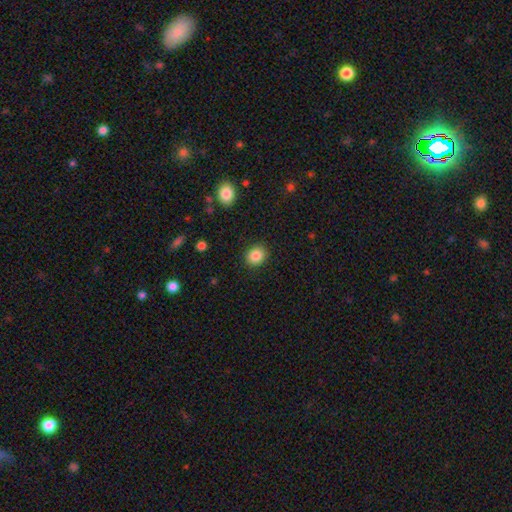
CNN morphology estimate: A smooth galaxy with no disk features (86%) that is round (68%).

Vote fractions:
- Smooth or featured? smooth: 86% / star or artifact: 9% / featured or disk: 5%
- How rounded? round: 68% / in between: 31% / cigar-shaped: 1%
- Merging? none: 90% / minor disturbance: 7% / major disturbance: 2% / merger: 1%